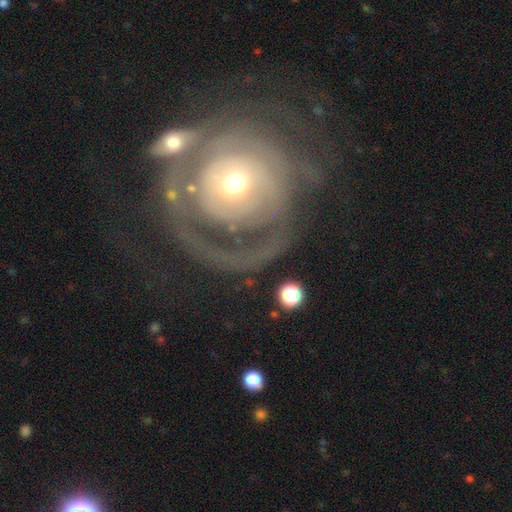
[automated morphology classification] A featured or disk galaxy (77%) with no bar (80%), tight (70%) spiral arms (72%) and a moderate central bulge (48%).

Vote fractions:
- Smooth or featured? featured or disk: 77% / smooth: 15% / star or artifact: 8%
- Edge-on disk? no: 96% / yes: 4%
- Bar? no: 80% / weak: 14% / strong: 6%
- Spiral arms? yes: 72% / no: 28%
- Spiral winding? tight: 70% / medium: 20% / loose: 11%
- Spiral arm count? can't tell: 43% / 2: 19% / 1: 15% / 3: 10% / more than 4: 6% / 4: 6%
- Bulge size? moderate: 48% / small: 42% / large: 6% / dominant: 2% / none: 1%
- Merging? none: 54% / major disturbance: 23% / minor disturbance: 16% / merger: 8%